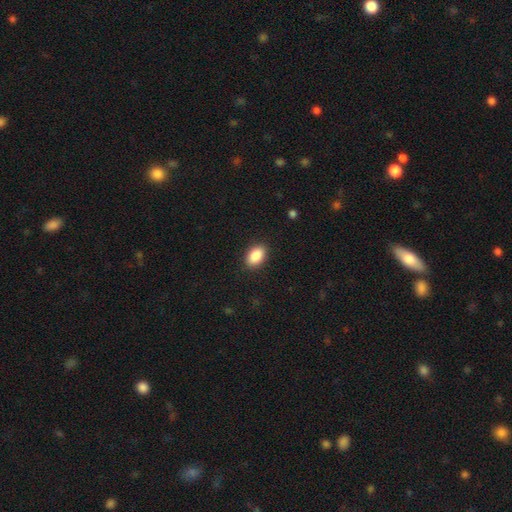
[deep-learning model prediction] Overall: smooth (89%). How rounded: in between (89%). Merging: none (89%).